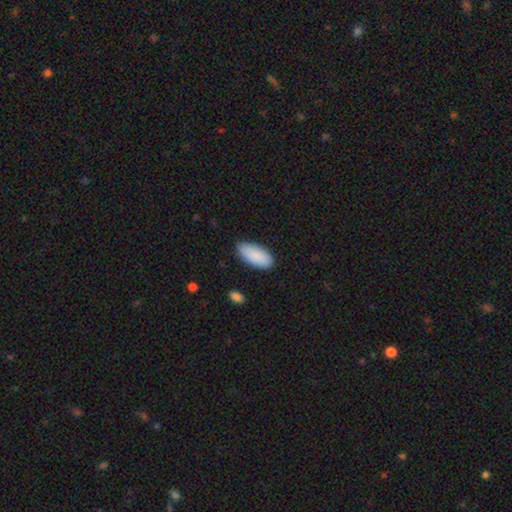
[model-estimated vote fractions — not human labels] Q: Smooth or featured?
A: smooth (88%); runner-up: featured or disk (6%)
Q: How rounded?
A: in between (90%); runner-up: cigar-shaped (9%)
Q: Merging?
A: none (83%); runner-up: minor disturbance (13%)